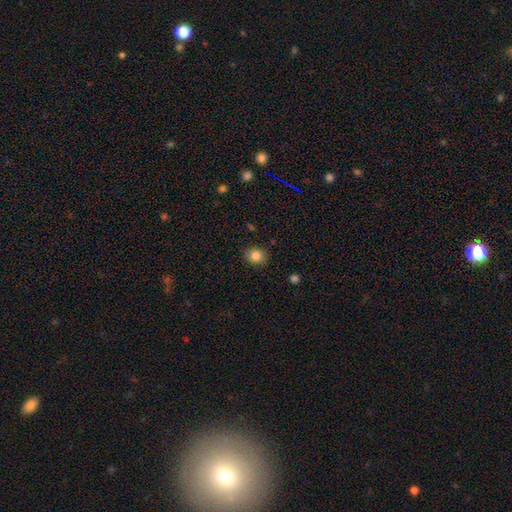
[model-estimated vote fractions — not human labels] Smooth or featured? smooth (84%)
How rounded? round (75%)
Merging? none (88%)